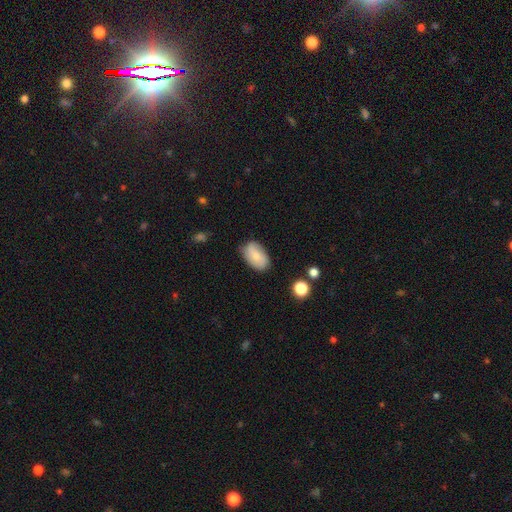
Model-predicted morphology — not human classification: Smooth or featured? smooth (77%)
How rounded? in between (93%)
Merging? none (73%)